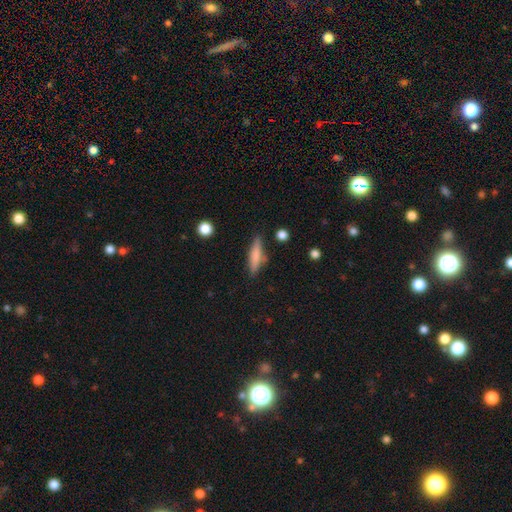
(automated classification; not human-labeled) Overall: smooth (70%). How rounded: cigar-shaped (77%). Merging: none (78%).